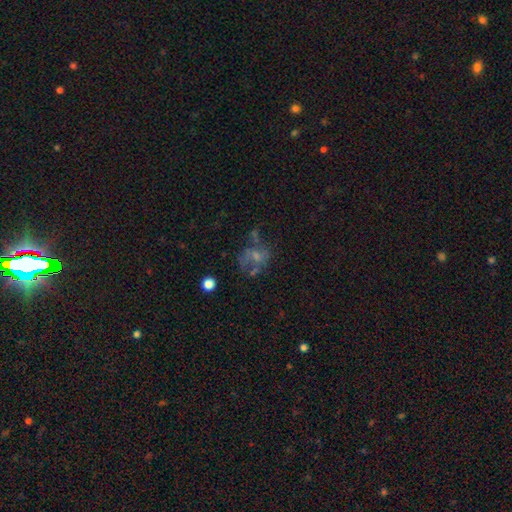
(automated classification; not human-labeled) Morphology: type=featured or disk (44%); merging=major disturbance (33%, tied with none).